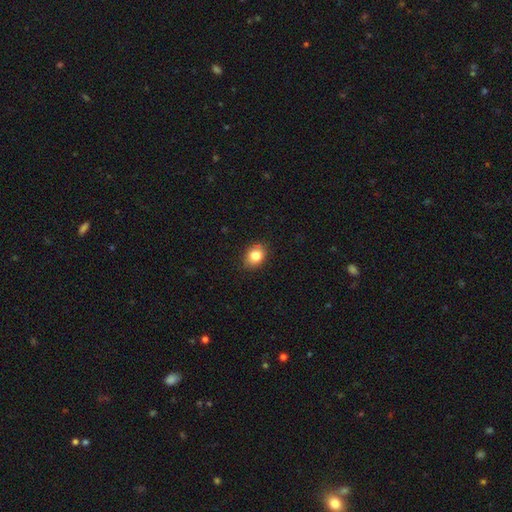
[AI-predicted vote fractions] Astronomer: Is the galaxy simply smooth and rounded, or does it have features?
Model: smooth — 83%.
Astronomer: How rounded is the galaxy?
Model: in between — 51% (runner-up: round, 48%).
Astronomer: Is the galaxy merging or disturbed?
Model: none — 82%.